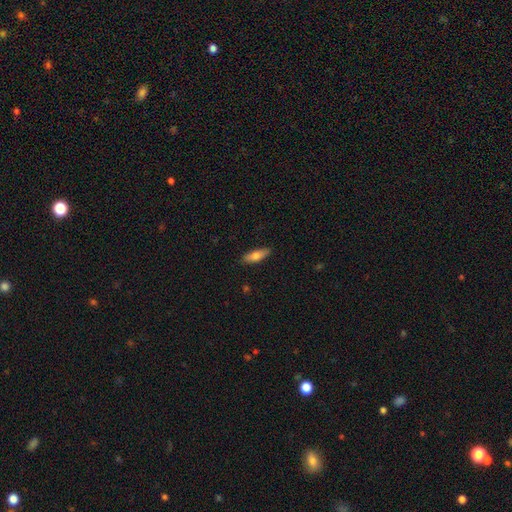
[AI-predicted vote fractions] Smooth or featured? smooth (71%)
How rounded? in between (55%)
Merging? none (87%)